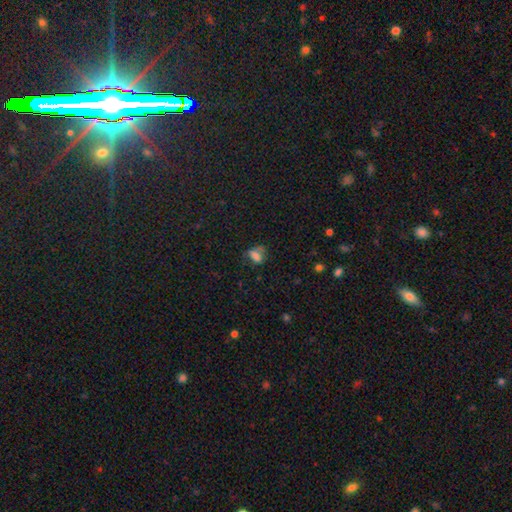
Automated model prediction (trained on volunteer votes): smooth_or_featured: smooth (p=0.67) [alt: star or artifact p=0.17]
how_rounded: in between (p=0.74) [alt: round p=0.20]
merging: none (p=0.42) [alt: minor disturbance p=0.28]